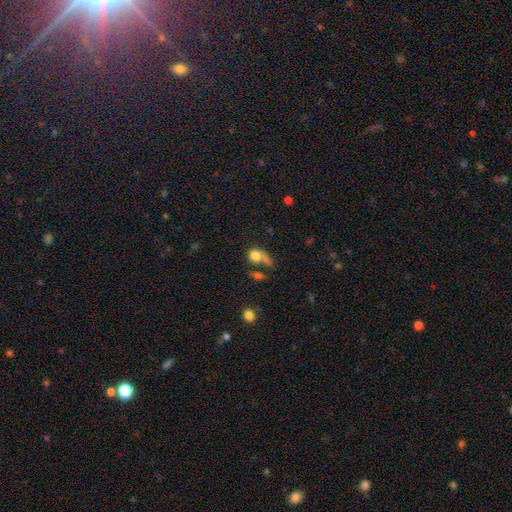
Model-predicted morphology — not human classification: A smooth galaxy with no disk features (74%) that is round (53%). Merging: merger (31%).